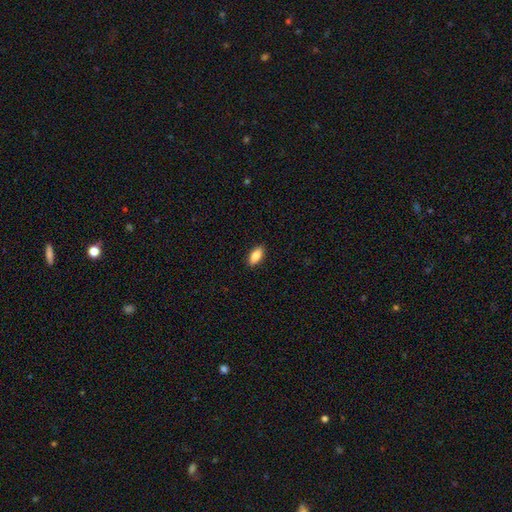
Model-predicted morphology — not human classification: type=smooth (87%); roundness=in between (87%); merging=none (89%).